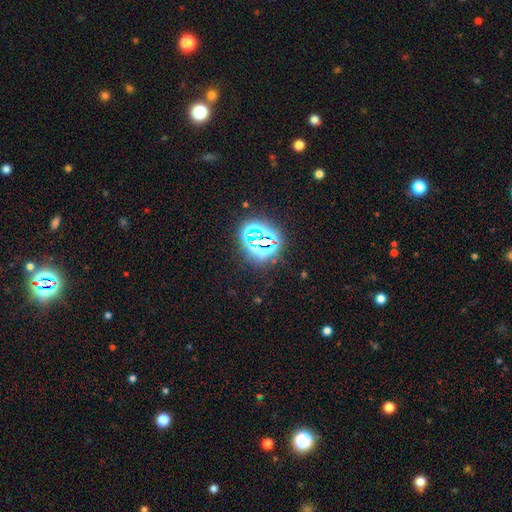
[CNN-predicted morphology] Smooth or featured: star or artifact — 76% (smooth — 15%)